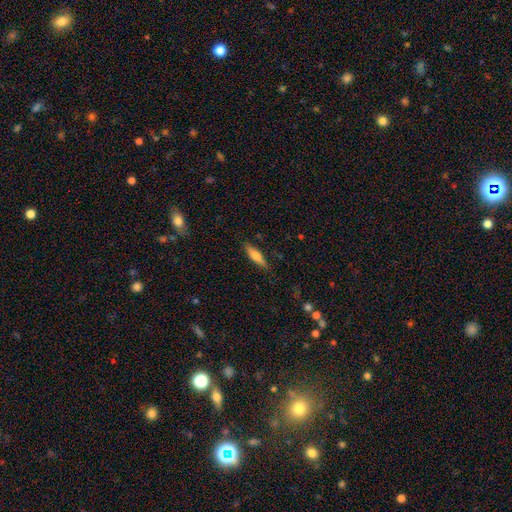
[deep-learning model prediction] Morphology: type=smooth (65%); roundness=cigar-shaped (70%); merging=none (83%).